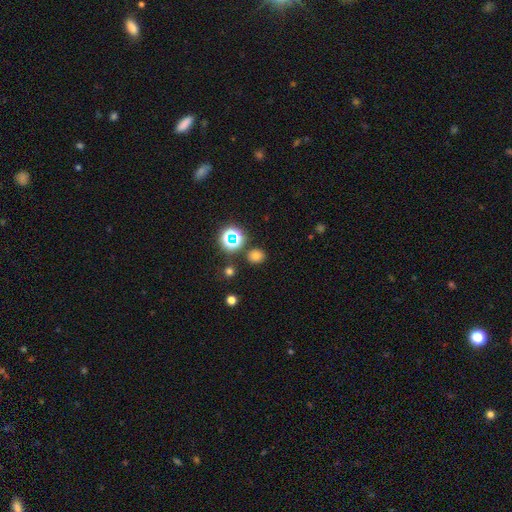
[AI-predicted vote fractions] The model was most divided on "smooth or featured": smooth: 69%, star or artifact: 24%, featured or disk: 7%. More confident: merging — none (85%); how rounded — round (74%).